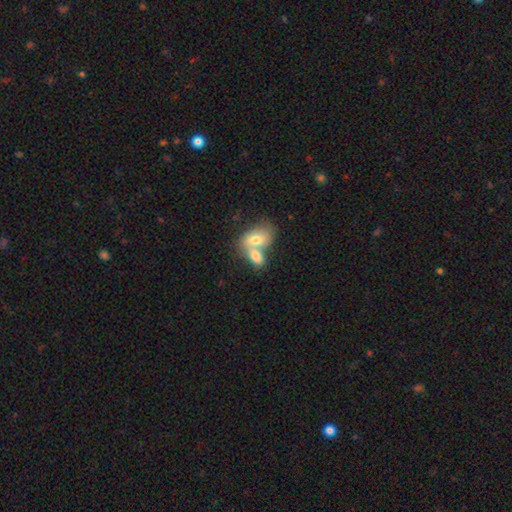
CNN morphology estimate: smooth 74%, featured or disk 19%, star or artifact 7%. Down the decision tree: how rounded — in between (88%); merging — merger (71%).